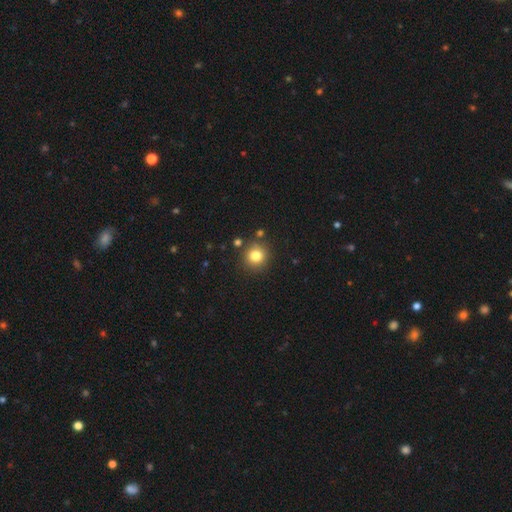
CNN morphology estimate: Q: Smooth or featured?
A: smooth (80%); runner-up: star or artifact (13%)
Q: How rounded?
A: round (91%); runner-up: in between (8%)
Q: Merging?
A: none (85%); runner-up: minor disturbance (8%)